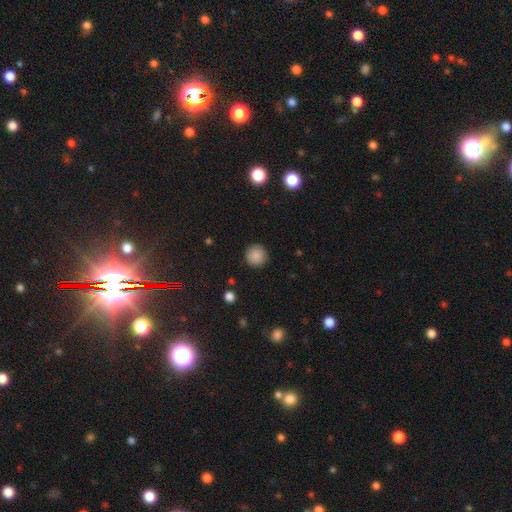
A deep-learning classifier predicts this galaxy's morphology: Smooth or featured?
  - smooth: 88% *
  - star or artifact: 9%
  - featured or disk: 3%
How rounded?
  - round: 95% *
  - in between: 4%
  - cigar-shaped: 1%
Merging?
  - none: 91% *
  - minor disturbance: 6%
  - major disturbance: 2%
  - merger: 1%